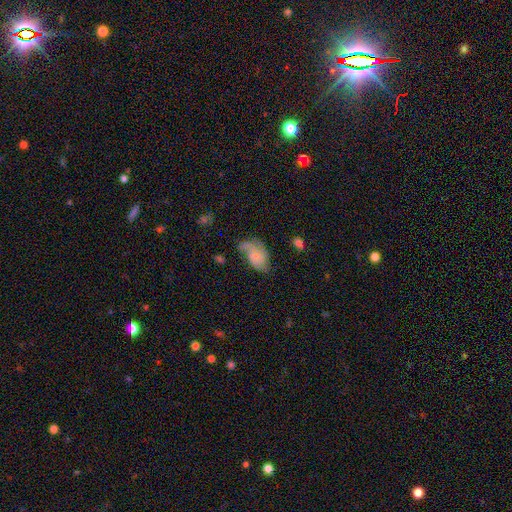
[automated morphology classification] The model was most divided on "merging": none: 40%, major disturbance: 28%, minor disturbance: 28%, merger: 4%. More confident: edge-on disk — no (97%); spiral arms — yes (87%); bar — no (74%); smooth or featured — featured or disk (57%); bulge size — small (51%).